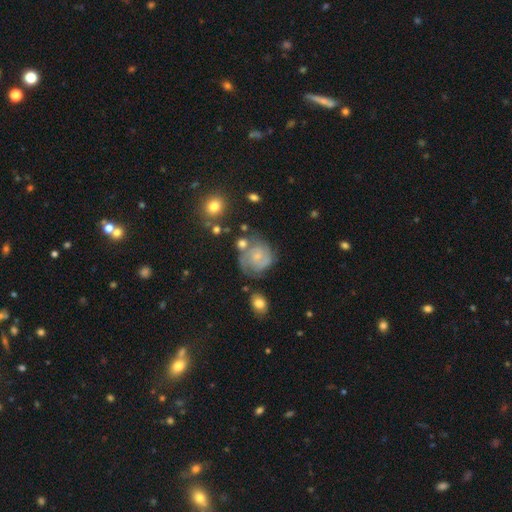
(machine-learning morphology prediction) Overall: featured or disk (59%; smooth 21%). Edge-on disk: no (97%). Bar: no (65%; weak 29%). Spiral arms: yes (84%). Bulge size: small (63%; moderate 25%). Merging: none (66%).